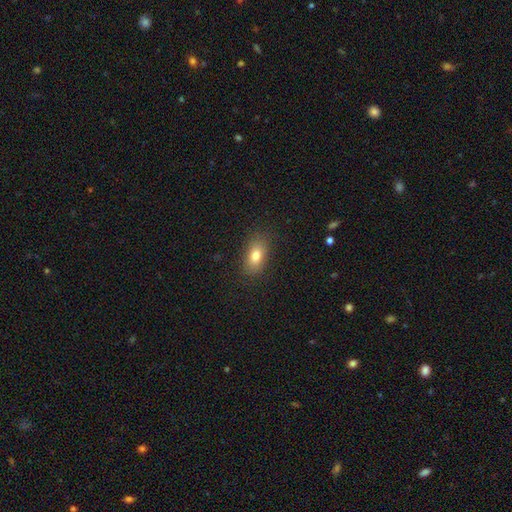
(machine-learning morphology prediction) smooth_or_featured: smooth (p=0.80) [alt: featured or disk p=0.10]
how_rounded: in between (p=0.86) [alt: round p=0.09]
merging: none (p=0.85) [alt: minor disturbance p=0.11]